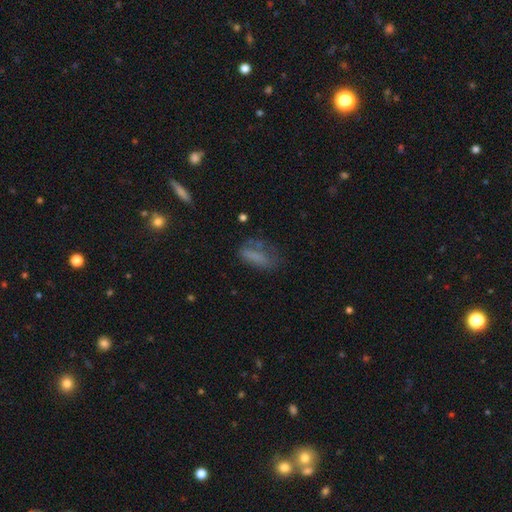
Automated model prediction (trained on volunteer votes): The model was most divided on "merging": none: 42%, major disturbance: 28%, minor disturbance: 27%, merger: 4%. More confident: how rounded — in between (67%); smooth or featured — smooth (66%).